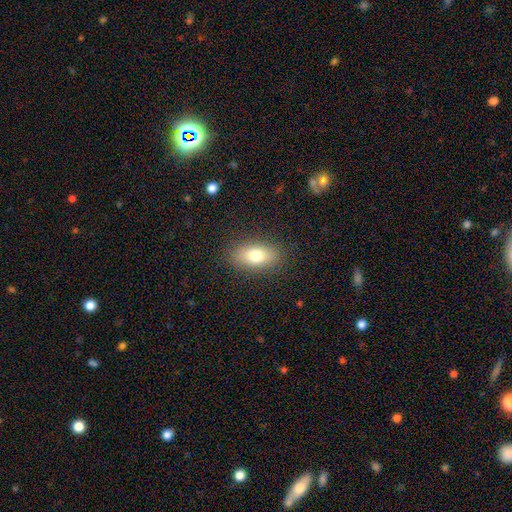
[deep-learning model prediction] This appears to be a smooth galaxy with no disk features (76%) that is in between round and cigar-shaped (86%). Merging: none (87%).